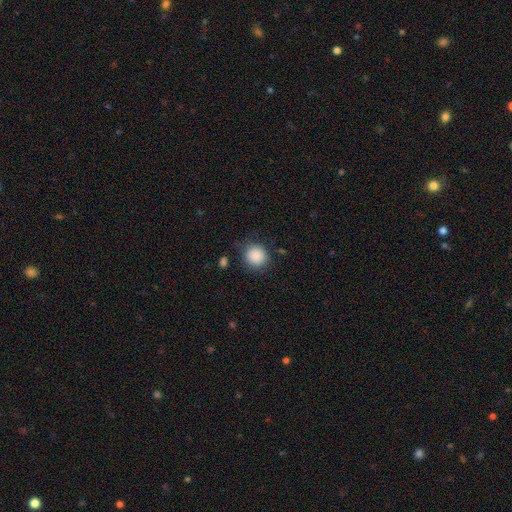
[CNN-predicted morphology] A smooth galaxy with no disk features (88%) that is round (89%). Merging: none (81%).